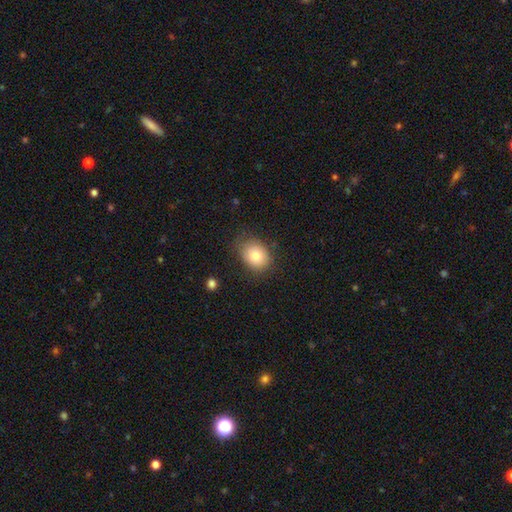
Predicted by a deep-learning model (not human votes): This appears to be a smooth galaxy with no disk features (79%) that is in between round and cigar-shaped (54%). Merging: none (74%).